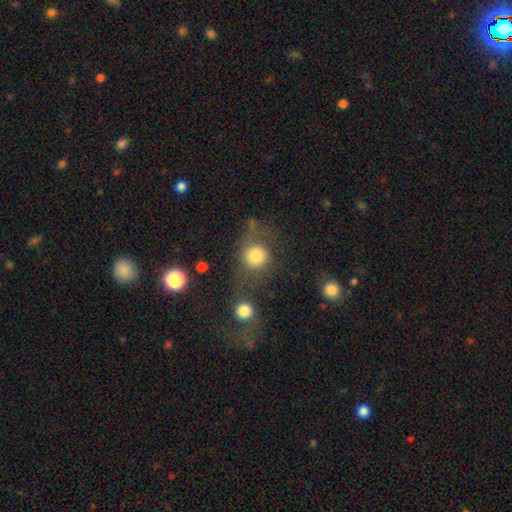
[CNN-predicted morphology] smooth_or_featured: smooth (p=0.79) [alt: star or artifact p=0.11]
how_rounded: round (p=0.86) [alt: in between p=0.13]
merging: none (p=0.54) [alt: minor disturbance p=0.17]